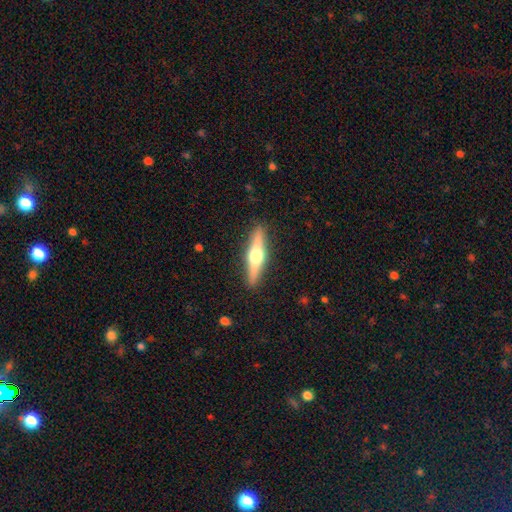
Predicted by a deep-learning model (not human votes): This is likely a featured or disk galaxy (64%). It is clearly viewed edge-on (96%). Edge-on bulge: clearly rounded (95%). Merging: clearly none (90%).